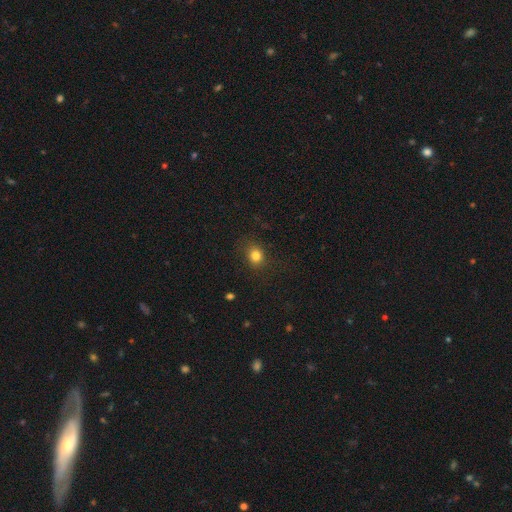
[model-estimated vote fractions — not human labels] smooth-or-featured: smooth: 81% | star or artifact: 13% | featured or disk: 6%
  how-rounded: round: 71% | in between: 28% | cigar-shaped: 1%
  merging: none: 84% | minor disturbance: 11% | major disturbance: 4% | merger: 1%